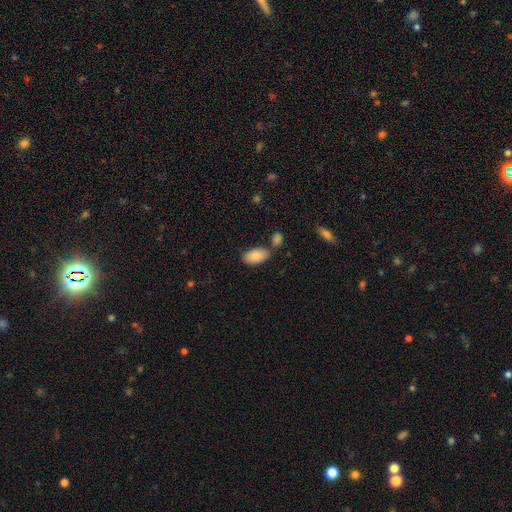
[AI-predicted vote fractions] Smooth or featured?
  - smooth: 86% *
  - featured or disk: 7%
  - star or artifact: 6%
How rounded?
  - in between: 95% *
  - round: 3%
  - cigar-shaped: 3%
Merging?
  - none: 69% *
  - minor disturbance: 14%
  - merger: 14%
  - major disturbance: 4%